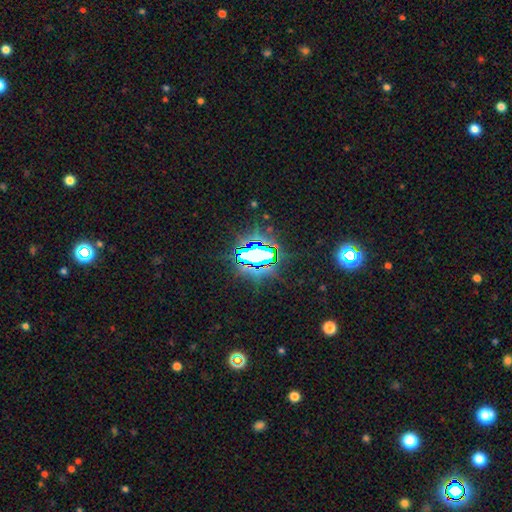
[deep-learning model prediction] A star or artifact, not a galaxy (78%).